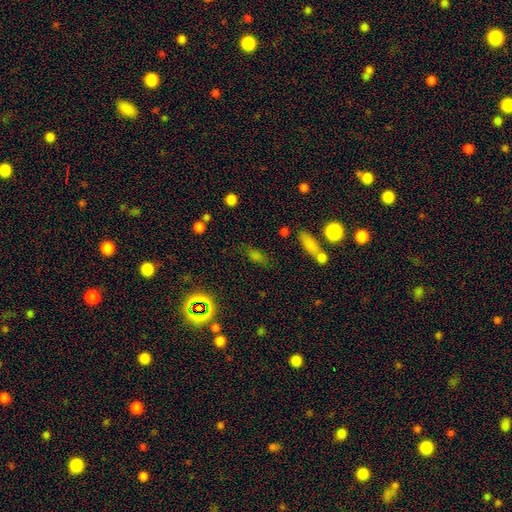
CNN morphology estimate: Smooth or featured? smooth (56%)
How rounded? in between (58%)
Merging? none (69%)